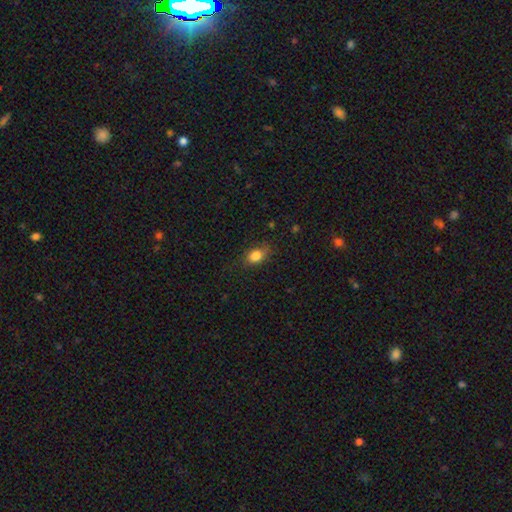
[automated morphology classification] smooth-or-featured: smooth: 83% | star or artifact: 10% | featured or disk: 7%
  how-rounded: in between: 72% | round: 25% | cigar-shaped: 2%
  merging: none: 73% | minor disturbance: 20% | major disturbance: 6% | merger: 1%